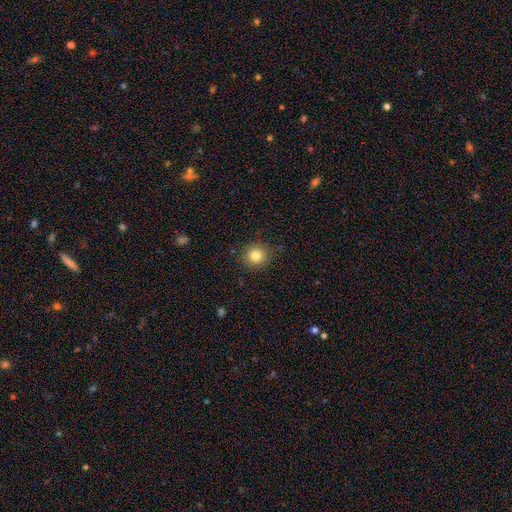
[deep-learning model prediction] Smooth or featured? smooth (82%)
How rounded? round (91%)
Merging? none (87%)